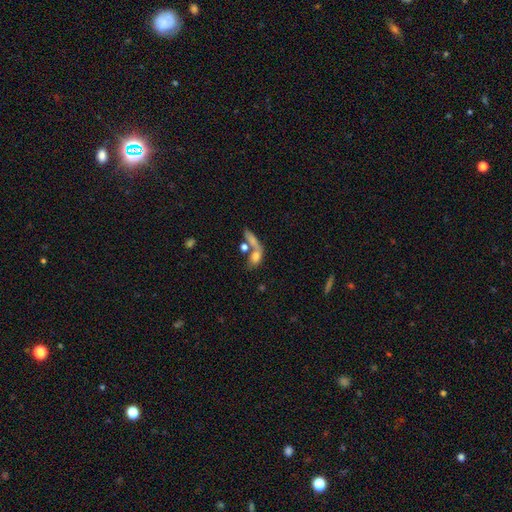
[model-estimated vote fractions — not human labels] Smooth or featured?
  - smooth: 67% *
  - featured or disk: 22%
  - star or artifact: 11%
How rounded?
  - in between: 62% *
  - round: 25%
  - cigar-shaped: 13%
Merging?
  - merger: 52% *
  - none: 26%
  - major disturbance: 13%
  - minor disturbance: 10%